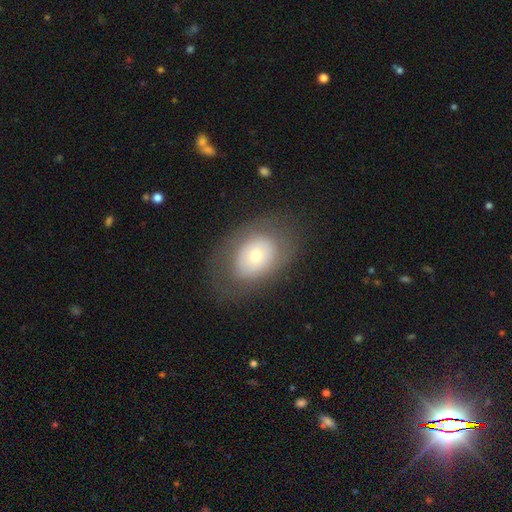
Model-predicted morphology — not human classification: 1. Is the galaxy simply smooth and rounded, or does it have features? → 58% smooth, 33% featured or disk, 8% star or artifact.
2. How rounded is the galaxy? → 76% in between, 23% round, 1% cigar-shaped.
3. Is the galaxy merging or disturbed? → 71% none, 17% minor disturbance, 11% major disturbance, 1% merger.